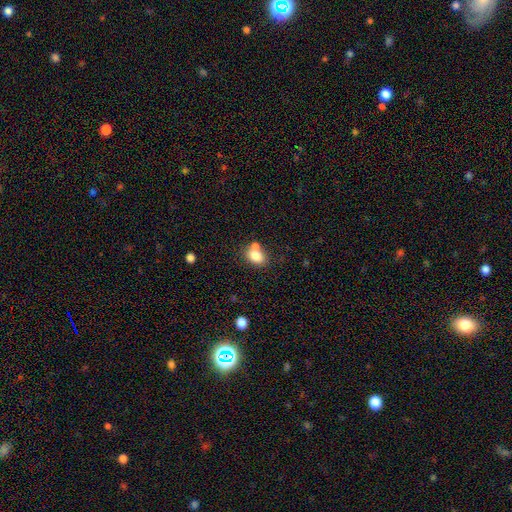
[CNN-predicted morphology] Smooth or featured? smooth (80%)
How rounded? in between (66%)
Merging? none (47%)